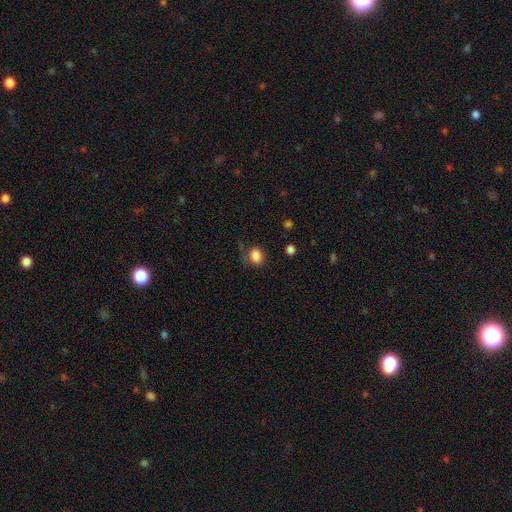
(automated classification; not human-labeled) Q: Smooth or featured?
A: smooth (84%); runner-up: star or artifact (11%)
Q: How rounded?
A: round (52%); runner-up: in between (47%)
Q: Merging?
A: none (66%); runner-up: minor disturbance (21%)